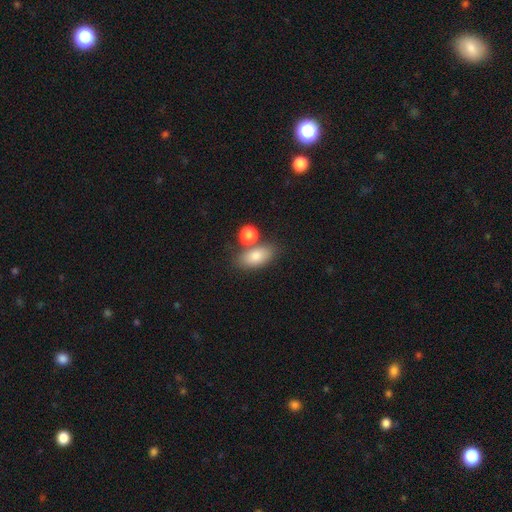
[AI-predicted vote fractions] Smooth or featured? Predicted: smooth (p=0.79). How rounded? Predicted: in between (p=0.86). Merging? Predicted: none (p=0.65).